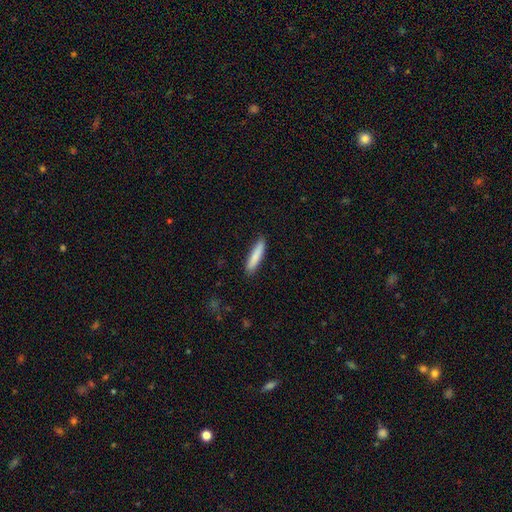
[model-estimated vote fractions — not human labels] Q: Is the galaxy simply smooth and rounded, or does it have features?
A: smooth — 85%.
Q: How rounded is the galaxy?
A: cigar-shaped — 87%.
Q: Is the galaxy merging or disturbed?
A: none — 88%.